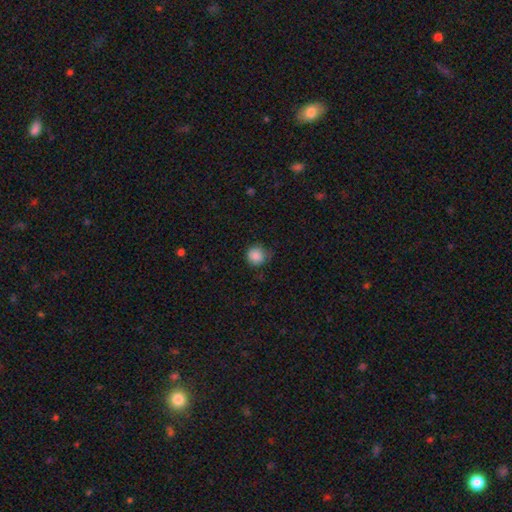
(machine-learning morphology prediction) This appears to be a smooth galaxy with no disk features (87%) that is round (91%). Merging: none (71%).